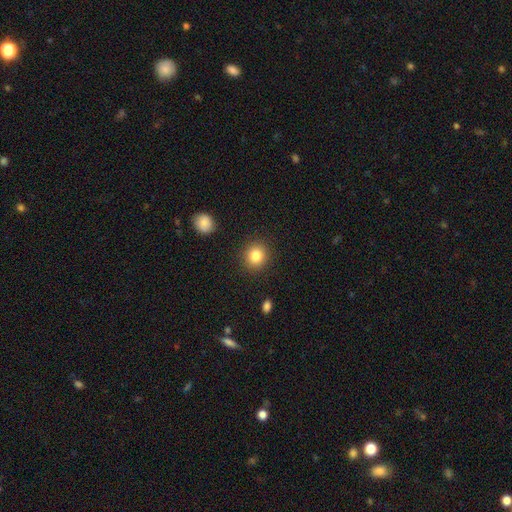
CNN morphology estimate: This appears to be a smooth galaxy with no disk features (84%) that is round (86%). Merging: none (90%).